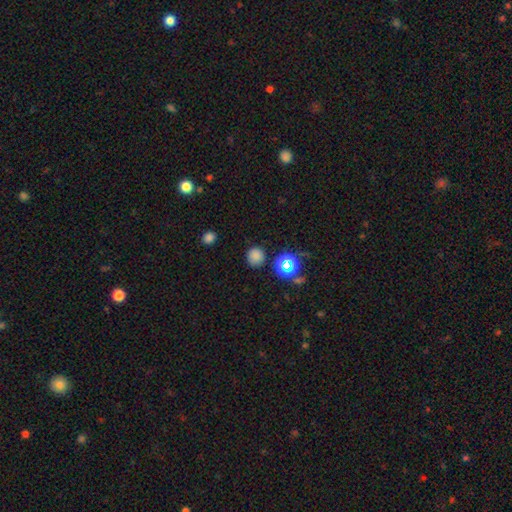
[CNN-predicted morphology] smooth-or-featured: smooth: 76% | star or artifact: 19% | featured or disk: 5%
  how-rounded: round: 91% | in between: 8% | cigar-shaped: 1%
  merging: none: 84% | minor disturbance: 10% | major disturbance: 3% | merger: 3%